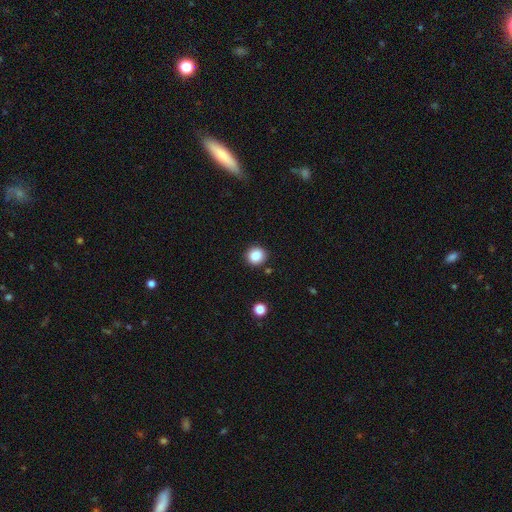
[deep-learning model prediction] Smooth or featured: smooth — 87% (star or artifact — 10%)
How rounded: round — 90% (in between — 9%)
Merging: none — 88% (minor disturbance — 7%)